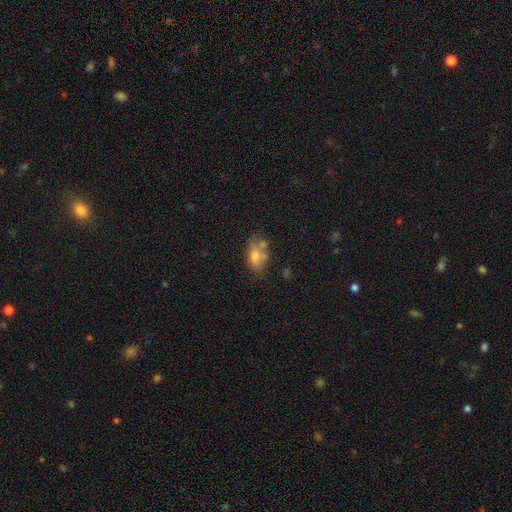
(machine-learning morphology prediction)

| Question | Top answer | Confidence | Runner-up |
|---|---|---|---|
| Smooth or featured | smooth | 70% | featured or disk (19%) |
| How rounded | in between | 85% | round (11%) |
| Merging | none | 52% | minor disturbance (22%) |